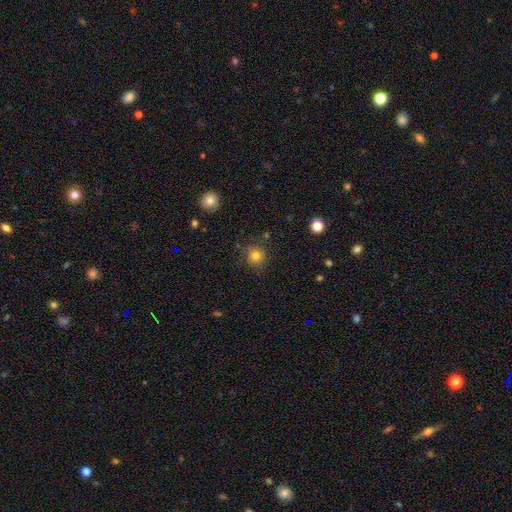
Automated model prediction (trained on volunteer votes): Morphology: type=smooth (79%); roundness=round (92%); merging=none (83%).